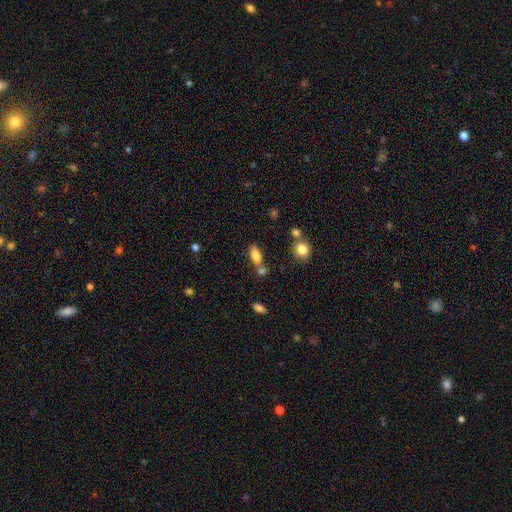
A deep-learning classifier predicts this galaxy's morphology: Smooth or featured?
  - smooth: 80% *
  - featured or disk: 10%
  - star or artifact: 10%
How rounded?
  - in between: 82% *
  - cigar-shaped: 13%
  - round: 5%
Merging?
  - none: 55% *
  - merger: 27%
  - minor disturbance: 13%
  - major disturbance: 5%